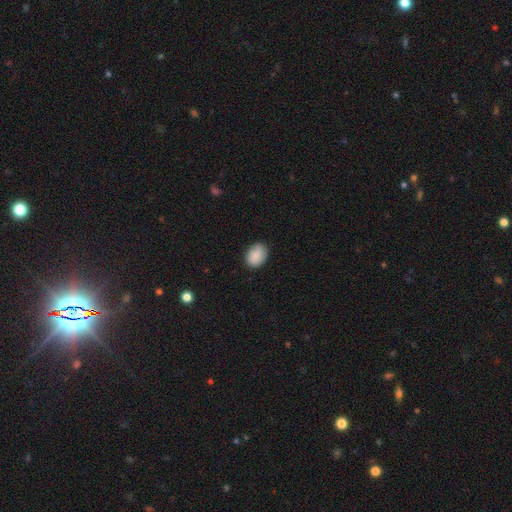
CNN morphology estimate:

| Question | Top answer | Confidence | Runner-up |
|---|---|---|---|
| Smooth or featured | smooth | 87% | star or artifact (7%) |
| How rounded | in between | 70% | round (29%) |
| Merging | none | 80% | minor disturbance (16%) |